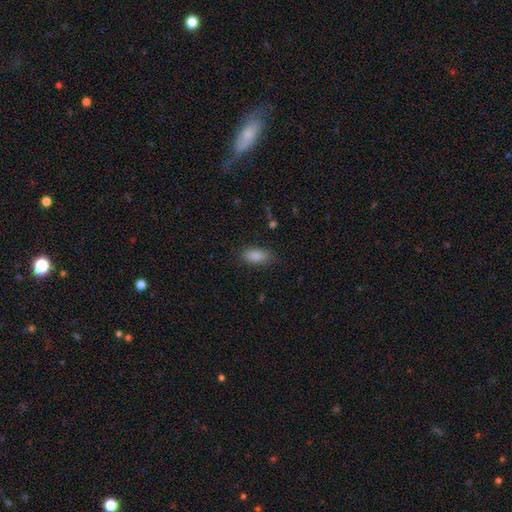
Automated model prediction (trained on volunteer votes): Smooth or featured? smooth (87%)
How rounded? in between (90%)
Merging? none (82%)